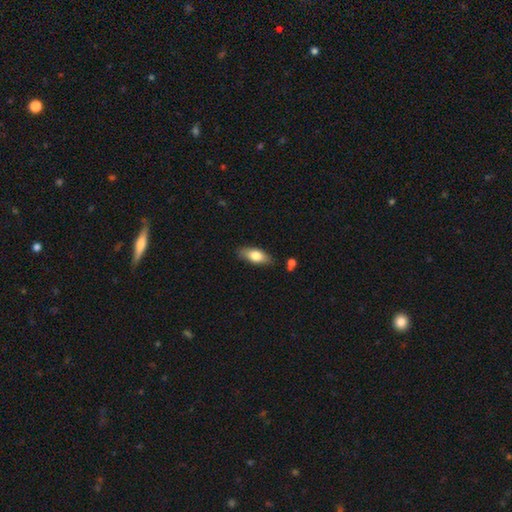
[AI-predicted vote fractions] smooth-or-featured: smooth: 73% | featured or disk: 21% | star or artifact: 6%
  how-rounded: in between: 79% | cigar-shaped: 18% | round: 3%
  merging: none: 81% | minor disturbance: 13% | merger: 3% | major disturbance: 3%